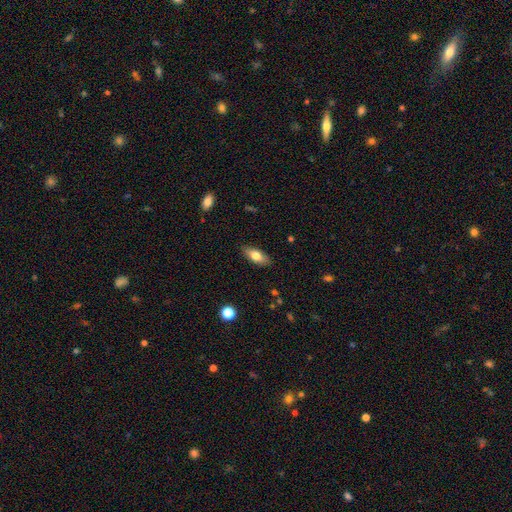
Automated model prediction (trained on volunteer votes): Smooth or featured: smooth — 74% (featured or disk — 20%)
How rounded: in between — 81% (cigar-shaped — 16%)
Merging: none — 87% (minor disturbance — 10%)